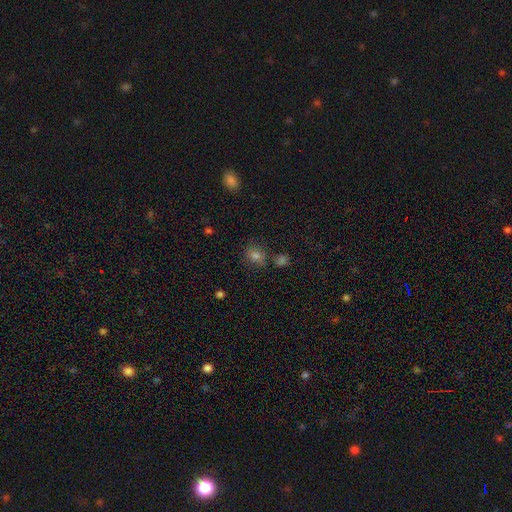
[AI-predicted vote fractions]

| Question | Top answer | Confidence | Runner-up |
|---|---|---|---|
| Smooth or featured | smooth | 75% | star or artifact (16%) |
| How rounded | round | 61% | in between (38%) |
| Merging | none | 72% | minor disturbance (14%) |